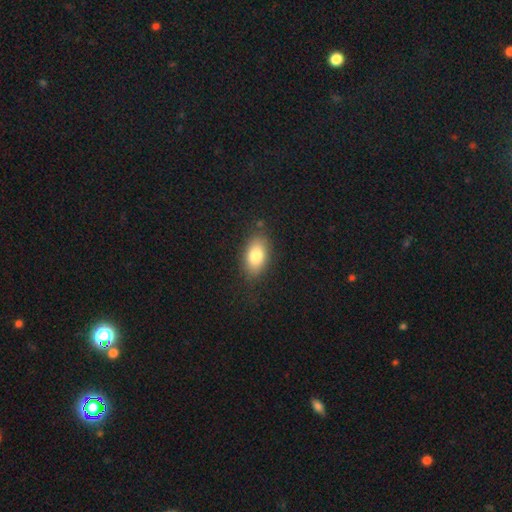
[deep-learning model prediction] A smooth galaxy with no disk features (80%) that is in between round and cigar-shaped (90%). Merging: none (83%).